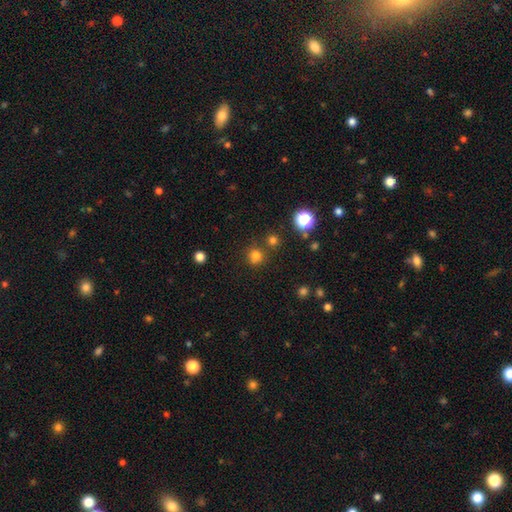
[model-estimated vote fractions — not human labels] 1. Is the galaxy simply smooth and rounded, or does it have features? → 74% smooth, 20% star or artifact, 6% featured or disk.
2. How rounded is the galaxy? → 90% round, 9% in between, 1% cigar-shaped.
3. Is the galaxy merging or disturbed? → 75% none, 13% merger, 9% minor disturbance, 3% major disturbance.